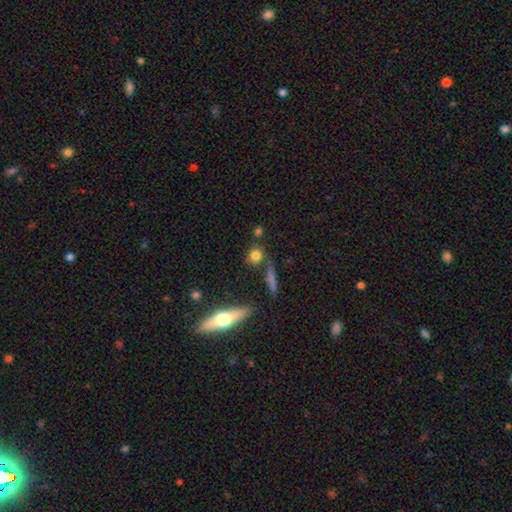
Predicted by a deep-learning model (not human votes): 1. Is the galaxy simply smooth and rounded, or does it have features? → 79% smooth, 12% star or artifact, 10% featured or disk.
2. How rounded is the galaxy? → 76% round, 16% in between, 8% cigar-shaped.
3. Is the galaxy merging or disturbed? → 74% none, 11% merger, 11% minor disturbance, 4% major disturbance.